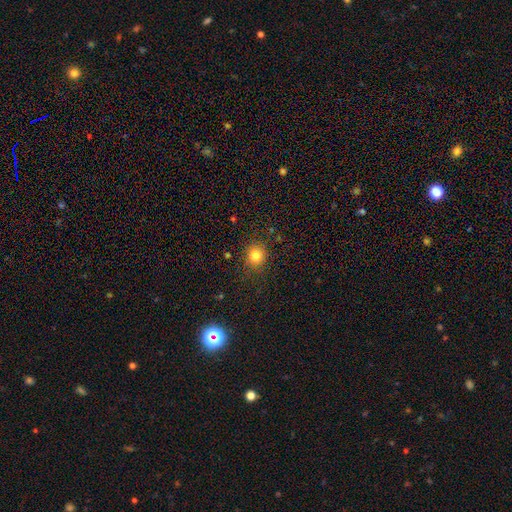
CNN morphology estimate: This appears to be a smooth galaxy with no disk features (82%) that is round (83%). Merging: none (86%).